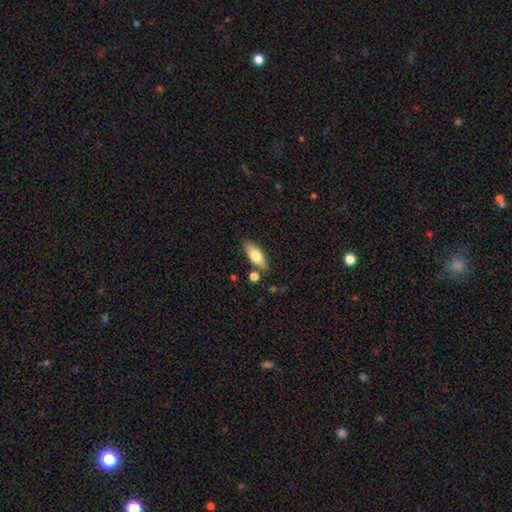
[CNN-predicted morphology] Smooth or featured? Predicted: smooth (p=0.71). How rounded? Predicted: in between (p=0.77). Merging? Predicted: none (p=0.78).